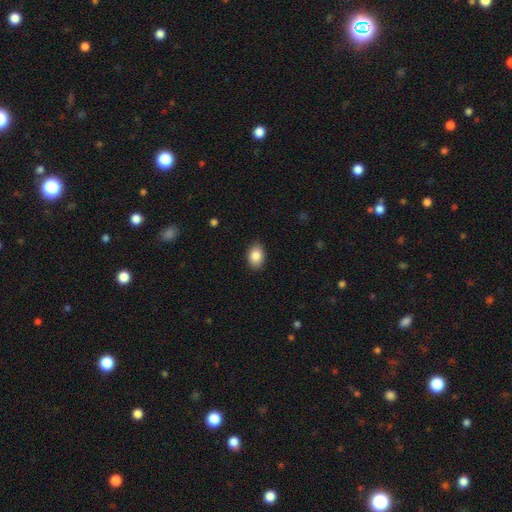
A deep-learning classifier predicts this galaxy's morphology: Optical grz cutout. It shows a smooth galaxy with no disk features (87%) that is in between round and cigar-shaped (81%). Merging: none (88%).